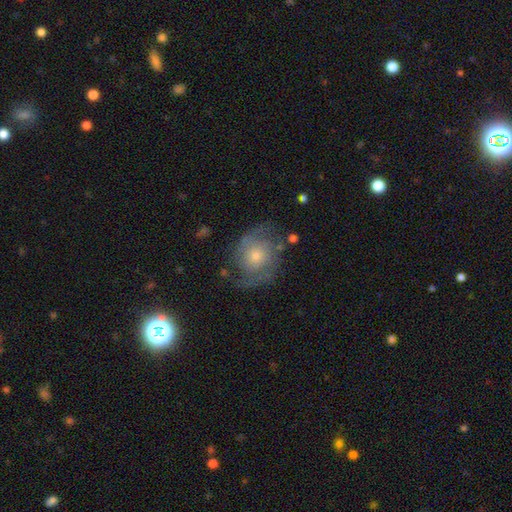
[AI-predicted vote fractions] smooth_or_featured: featured or disk (p=0.75) [alt: smooth p=0.17]
disk_edge_on: no (p=0.97) [alt: yes p=0.03]
bar: no (p=0.78) [alt: weak p=0.19]
has_spiral_arms: yes (p=0.92) [alt: no p=0.08]
spiral_winding: medium (p=0.46) [alt: tight p=0.33]
spiral_arm_count: 2 (p=0.79) [alt: can't tell p=0.11]
bulge_size: small (p=0.46) [alt: moderate p=0.45]
merging: none (p=0.69) [alt: minor disturbance p=0.18]